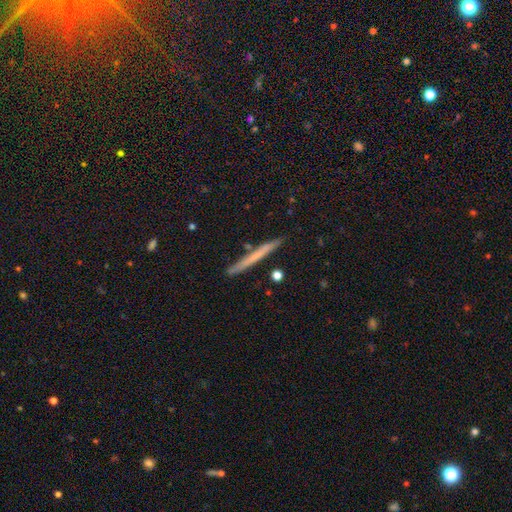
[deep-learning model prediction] Smooth or featured? smooth (57%)
How rounded? cigar-shaped (97%)
Merging? none (89%)